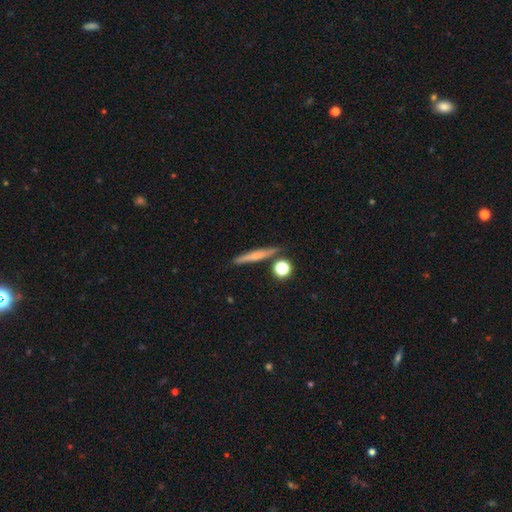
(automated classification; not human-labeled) smooth-or-featured: smooth: 48% | featured or disk: 42% | star or artifact: 10%
  merging: none: 82% | minor disturbance: 9% | merger: 6% | major disturbance: 3%